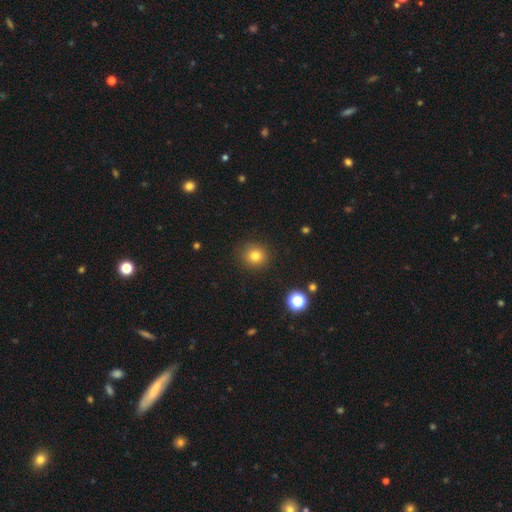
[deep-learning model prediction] A smooth galaxy with no disk features (81%) that is round (88%). Merging: none (89%).